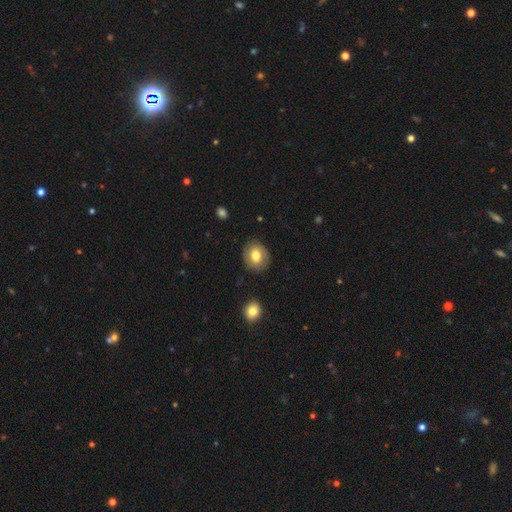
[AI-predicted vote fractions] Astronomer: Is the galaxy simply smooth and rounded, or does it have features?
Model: smooth — 74%.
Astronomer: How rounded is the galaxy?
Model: round — 63%.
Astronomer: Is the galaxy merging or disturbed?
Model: none — 85%.